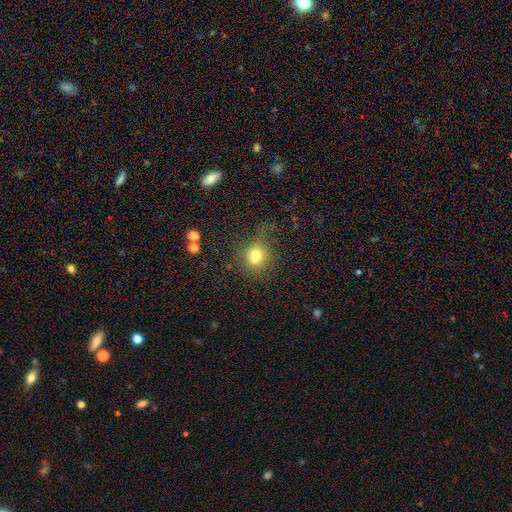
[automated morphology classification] This appears to be a smooth galaxy with no disk features (73%) that is round (69%). Merging: none (56%).